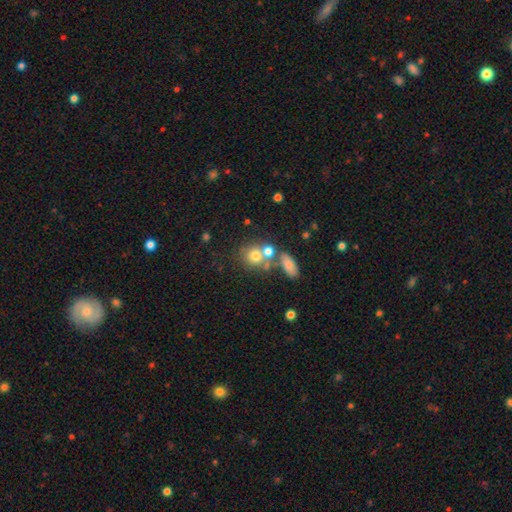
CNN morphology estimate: Smooth or featured?
  - smooth: 70% *
  - featured or disk: 17%
  - star or artifact: 13%
How rounded?
  - round: 74% *
  - in between: 25%
  - cigar-shaped: 2%
Merging?
  - none: 46% *
  - merger: 38%
  - minor disturbance: 11%
  - major disturbance: 6%